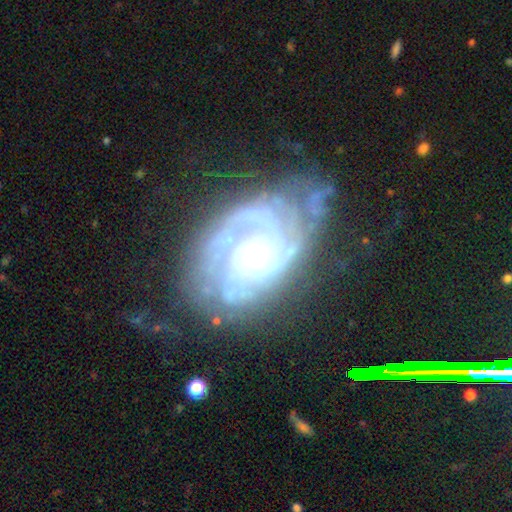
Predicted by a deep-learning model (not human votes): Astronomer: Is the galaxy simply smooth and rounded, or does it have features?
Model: featured or disk — 89%.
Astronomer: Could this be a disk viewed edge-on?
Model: no — 97%.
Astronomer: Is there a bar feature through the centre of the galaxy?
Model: no — 67%.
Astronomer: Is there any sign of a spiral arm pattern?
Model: yes — 97%.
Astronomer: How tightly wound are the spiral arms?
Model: tight — 68%.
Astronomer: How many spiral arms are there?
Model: can't tell — 27% (runner-up: 3, 25%).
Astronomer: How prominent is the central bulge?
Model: moderate — 58%.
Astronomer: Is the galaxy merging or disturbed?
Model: none — 64%.